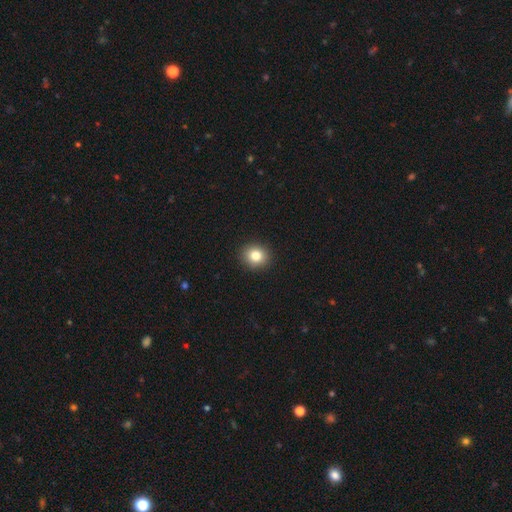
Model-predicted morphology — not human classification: smooth 83%, star or artifact 11%, featured or disk 7%. Down the decision tree: how rounded — round (78%); merging — none (92%).